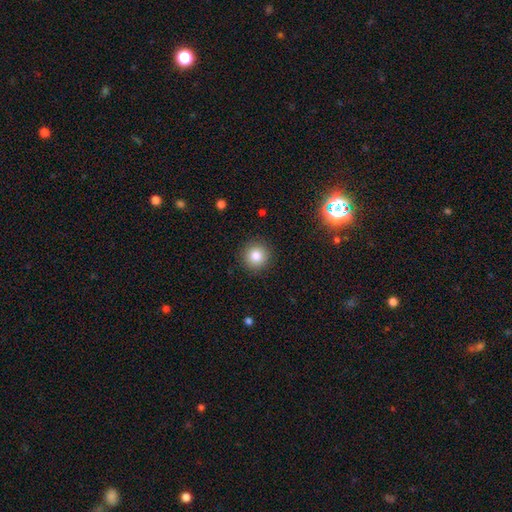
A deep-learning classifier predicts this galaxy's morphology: The model was most divided on "smooth or featured": smooth: 82%, star or artifact: 11%, featured or disk: 7%. More confident: how rounded — round (95%); merging — none (91%).